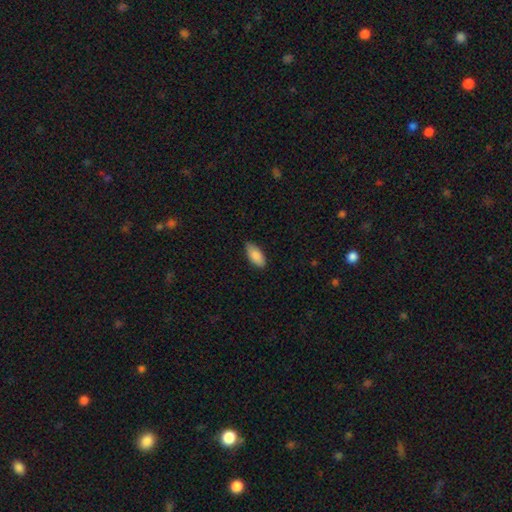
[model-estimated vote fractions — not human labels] A smooth galaxy with no disk features (87%) that is in between round and cigar-shaped (90%). Merging: none (84%).